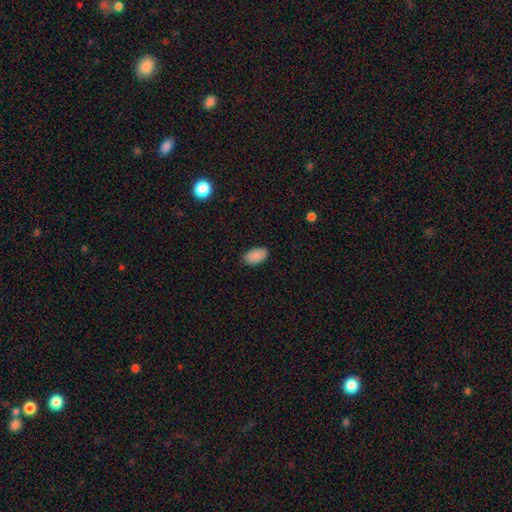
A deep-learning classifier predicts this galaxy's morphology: Smooth or featured? smooth (89%)
How rounded? in between (94%)
Merging? none (86%)